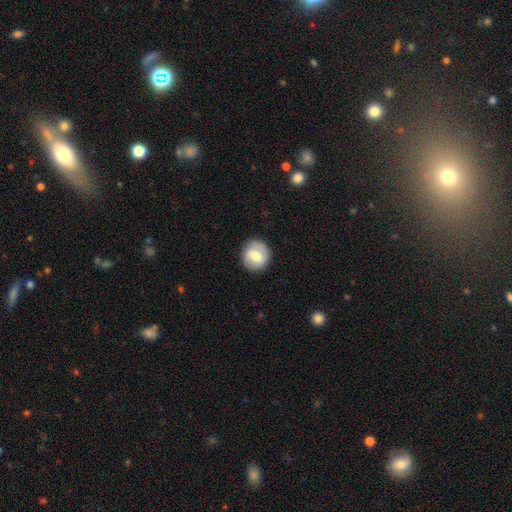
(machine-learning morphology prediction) Smooth or featured: smooth — 59% (featured or disk — 34%)
How rounded: round — 86% (in between — 13%)
Merging: none — 86% (minor disturbance — 10%)